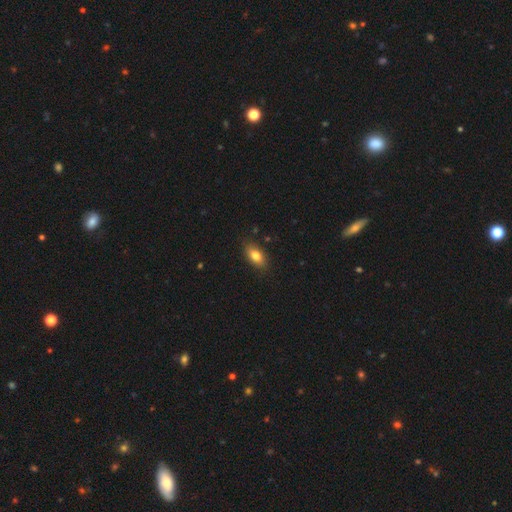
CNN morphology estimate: smooth_or_featured: smooth (p=0.81) [alt: featured or disk p=0.11]
how_rounded: in between (p=0.88) [alt: round p=0.07]
merging: none (p=0.85) [alt: minor disturbance p=0.11]